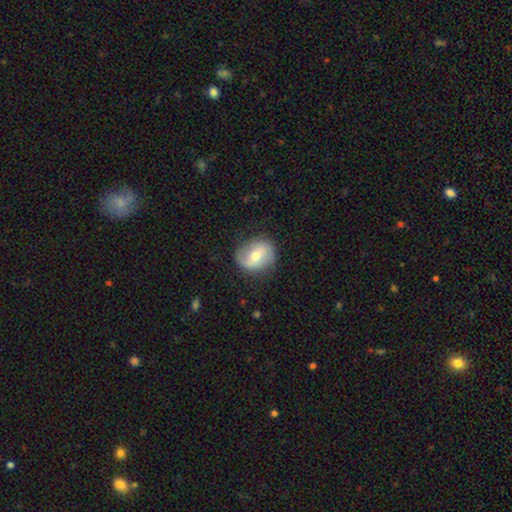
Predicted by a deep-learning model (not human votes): Smooth or featured: featured or disk — 54% (smooth — 39%)
Edge-on disk: no — 96% (yes — 4%)
Bar: weak — 44% (no — 33%)
Spiral arms: yes — 76% (no — 24%)
Bulge size: moderate — 59% (small — 35%)
Merging: none — 77% (minor disturbance — 16%)